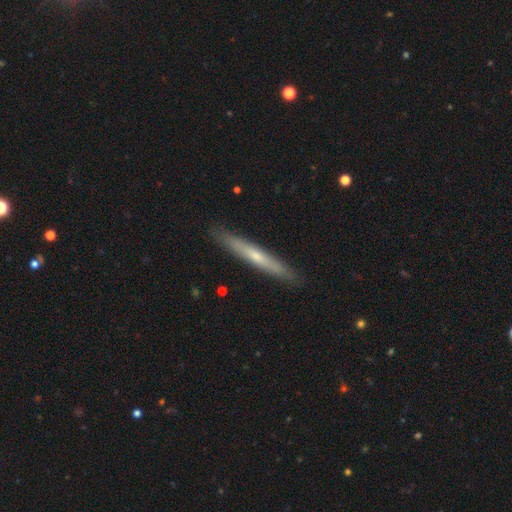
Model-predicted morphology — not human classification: The model was most divided on "smooth or featured": featured or disk: 49%, smooth: 45%, star or artifact: 6%. More confident: merging — none (90%).